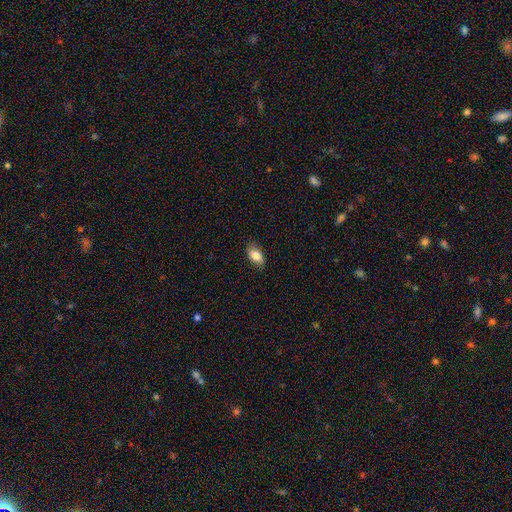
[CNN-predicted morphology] Overall: smooth (79%). How rounded: in between (91%). Merging: none (82%).